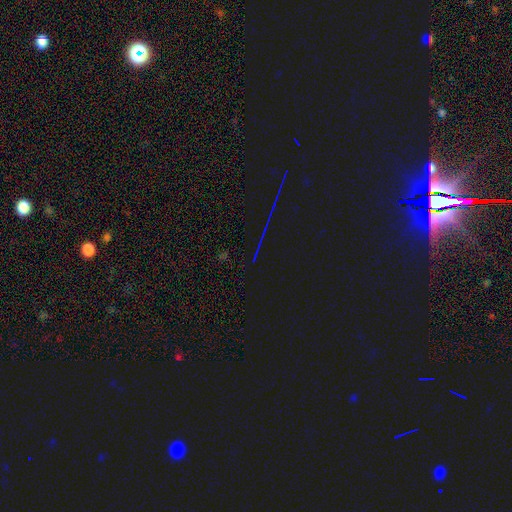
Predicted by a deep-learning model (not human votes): Smooth or featured: star or artifact — 83% (featured or disk — 9%)